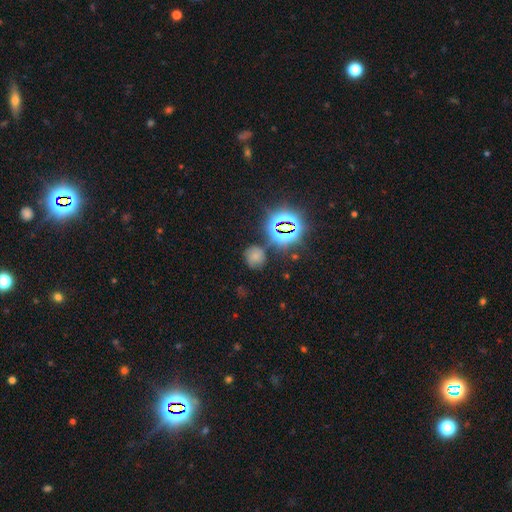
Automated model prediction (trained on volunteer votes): Smooth or featured?
  - smooth: 54% *
  - star or artifact: 33%
  - featured or disk: 13%
How rounded?
  - round: 78% *
  - in between: 21%
  - cigar-shaped: 1%
Merging?
  - none: 68% *
  - minor disturbance: 18%
  - merger: 7%
  - major disturbance: 7%